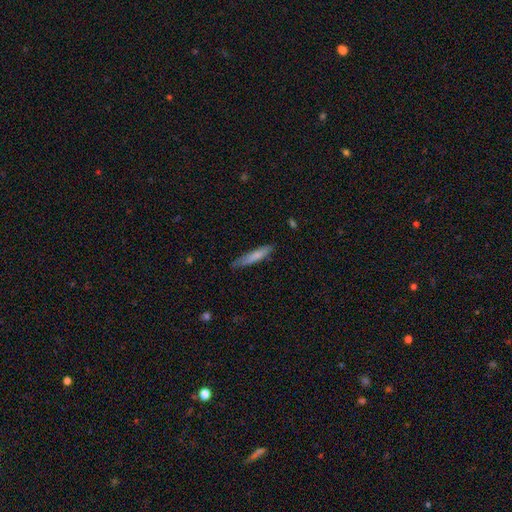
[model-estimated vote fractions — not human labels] Smooth or featured? Predicted: smooth (p=0.72). How rounded? Predicted: cigar-shaped (p=0.89). Merging? Predicted: none (p=0.77).